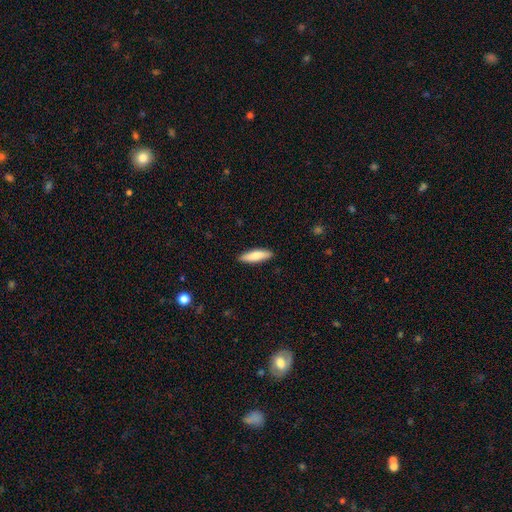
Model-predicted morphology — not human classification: A smooth galaxy with no disk features (79%) that is cigar-shaped (64%). Merging: none (90%).